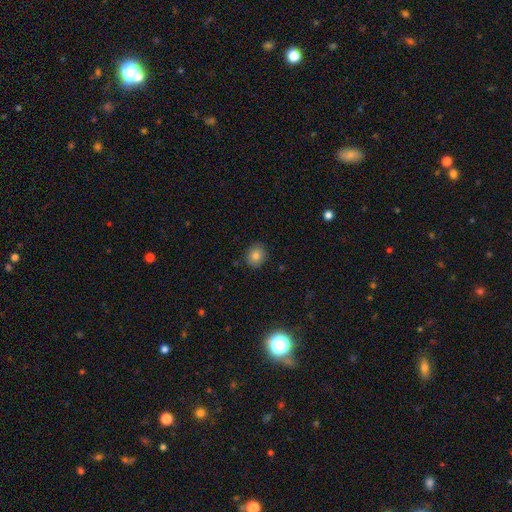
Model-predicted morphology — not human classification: Smooth or featured: smooth — 82% (star or artifact — 11%)
How rounded: round — 75% (in between — 24%)
Merging: none — 89% (minor disturbance — 8%)